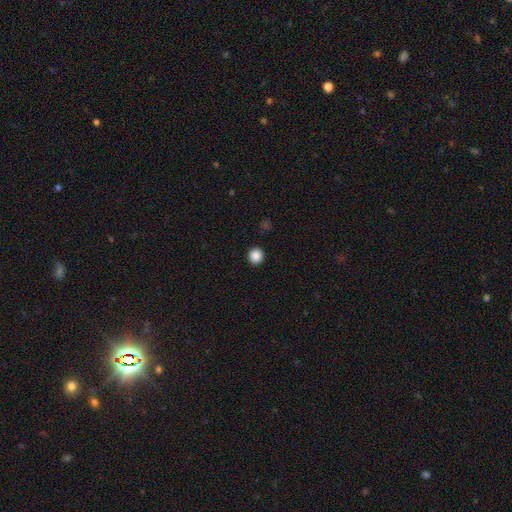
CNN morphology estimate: This is clearly a smooth galaxy (88%). How rounded: clearly round (93%). Merging: clearly none (93%).